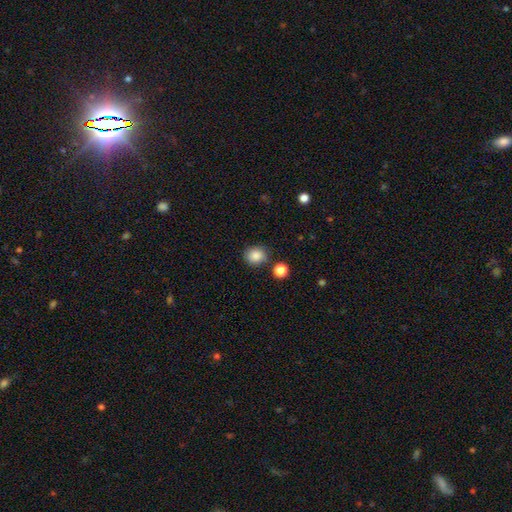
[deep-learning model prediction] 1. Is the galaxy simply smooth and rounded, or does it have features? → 86% smooth, 9% star or artifact, 4% featured or disk.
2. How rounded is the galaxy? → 77% round, 22% in between, 1% cigar-shaped.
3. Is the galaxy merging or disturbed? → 81% none, 11% minor disturbance, 5% merger, 3% major disturbance.